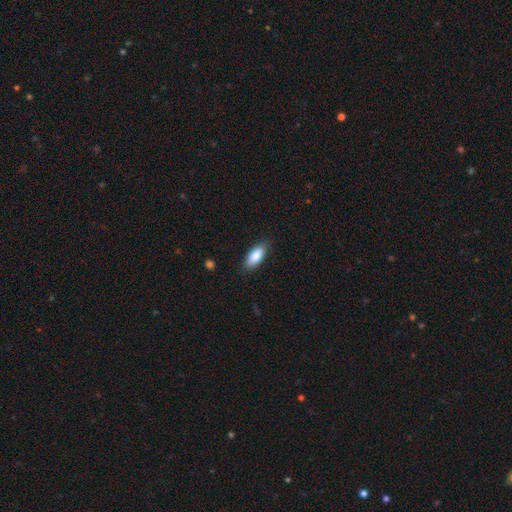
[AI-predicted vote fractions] Smooth or featured? Predicted: smooth (p=0.84). How rounded? Predicted: in between (p=0.82). Merging? Predicted: none (p=0.84).